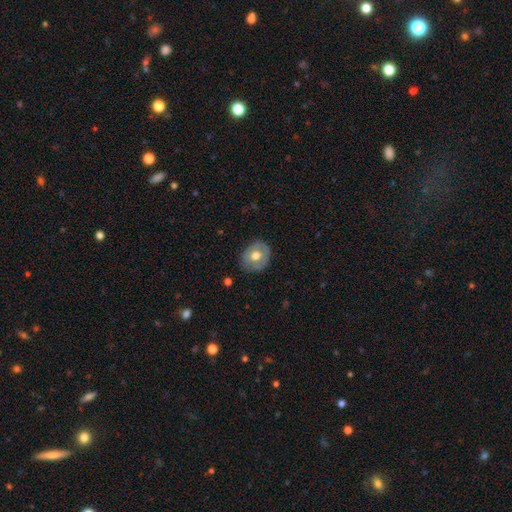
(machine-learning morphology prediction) The model was most divided on "smooth or featured": smooth: 55%, featured or disk: 38%, star or artifact: 7%. More confident: merging — none (79%); how rounded — round (59%).